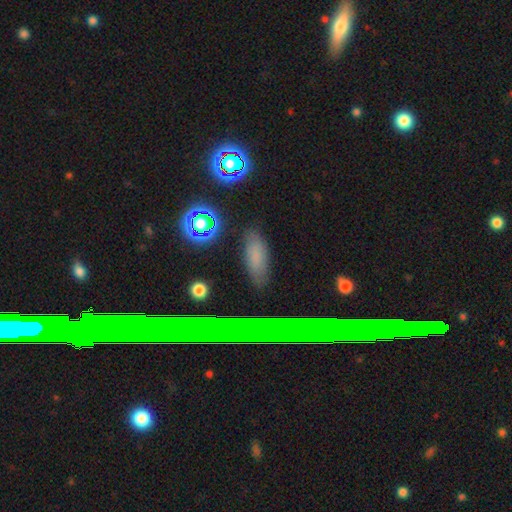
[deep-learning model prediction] smooth 66%, star or artifact 20%, featured or disk 14%. Down the decision tree: how rounded — in between (57%); merging — none (86%).